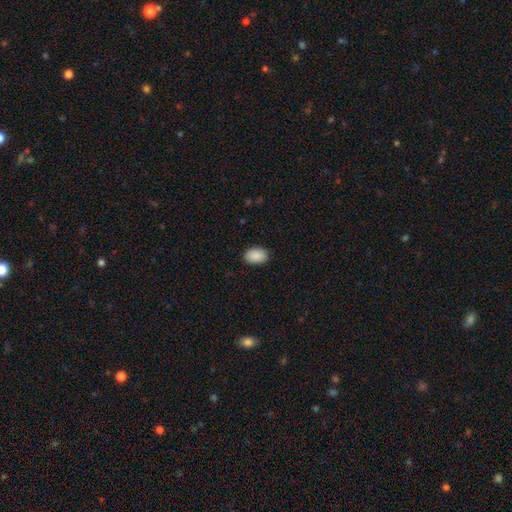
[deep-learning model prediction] smooth_or_featured: smooth (p=0.90) [alt: star or artifact p=0.07]
how_rounded: in between (p=0.88) [alt: round p=0.11]
merging: none (p=0.89) [alt: minor disturbance p=0.08]